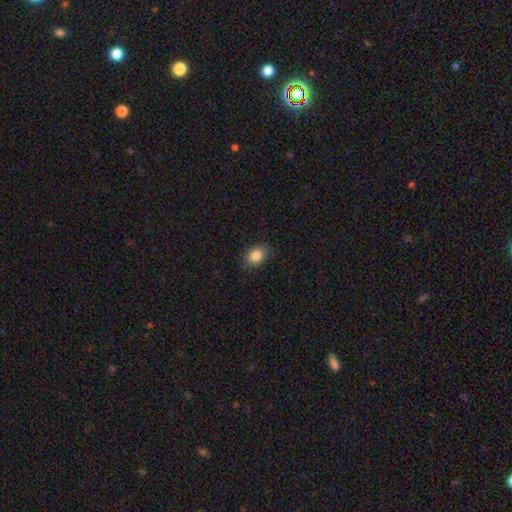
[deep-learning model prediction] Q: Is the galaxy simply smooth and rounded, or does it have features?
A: smooth — 86%.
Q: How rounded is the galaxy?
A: in between — 69%.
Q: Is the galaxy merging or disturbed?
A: none — 82%.